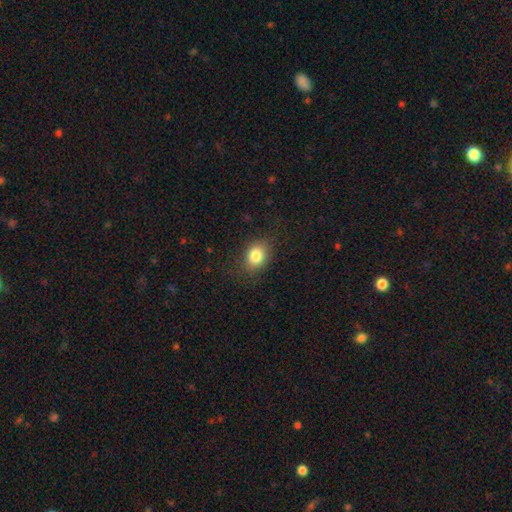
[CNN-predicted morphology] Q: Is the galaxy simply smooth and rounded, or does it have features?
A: smooth — 83%.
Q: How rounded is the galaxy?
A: in between — 59%.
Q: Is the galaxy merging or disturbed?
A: none — 82%.